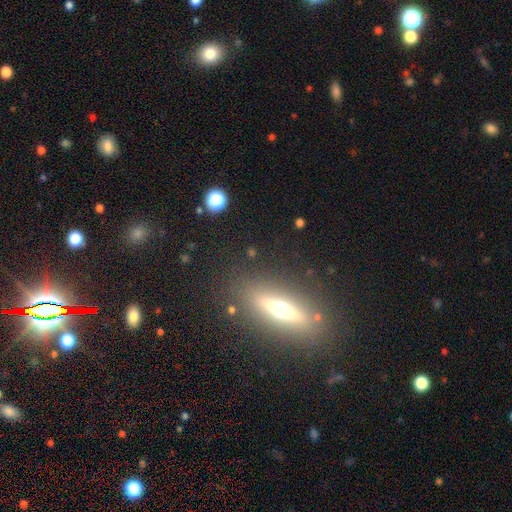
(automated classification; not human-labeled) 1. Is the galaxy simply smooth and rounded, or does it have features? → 49% featured or disk, 35% smooth, 16% star or artifact.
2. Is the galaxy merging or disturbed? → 85% none, 9% minor disturbance, 4% major disturbance, 2% merger.